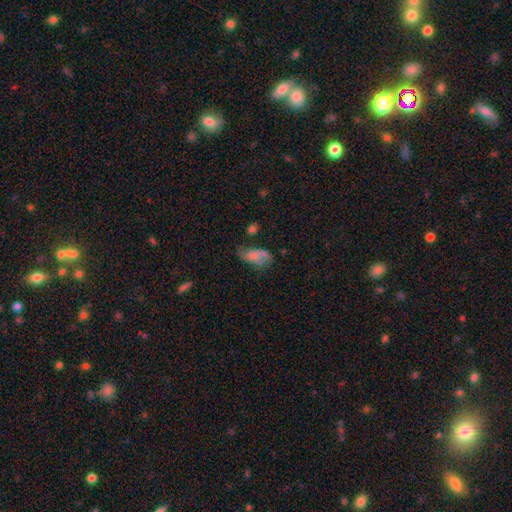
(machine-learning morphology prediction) smooth-or-featured: smooth: 53% | featured or disk: 37% | star or artifact: 10%
  how-rounded: in between: 89% | round: 6% | cigar-shaped: 5%
  merging: none: 39% | minor disturbance: 28% | major disturbance: 22% | merger: 11%